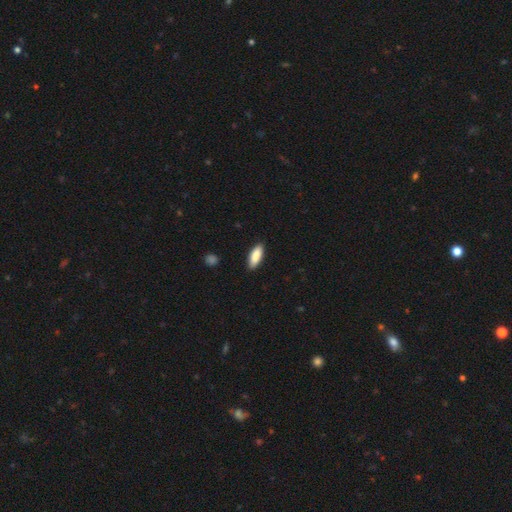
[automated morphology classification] Q: Smooth or featured?
A: smooth (87%); runner-up: featured or disk (7%)
Q: How rounded?
A: in between (69%); runner-up: cigar-shaped (29%)
Q: Merging?
A: none (88%); runner-up: minor disturbance (9%)